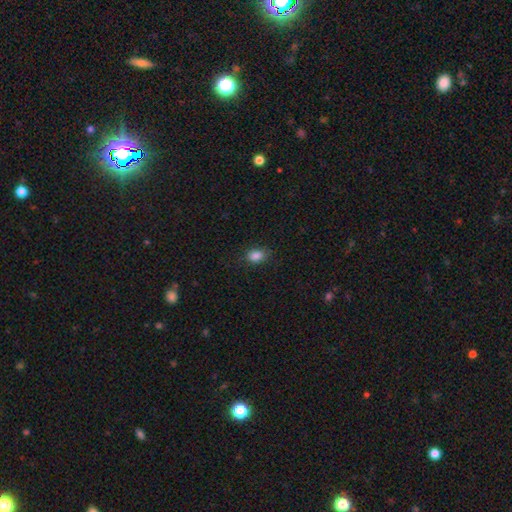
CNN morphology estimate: type=smooth (85%); roundness=in between (75%); merging=none (80%).